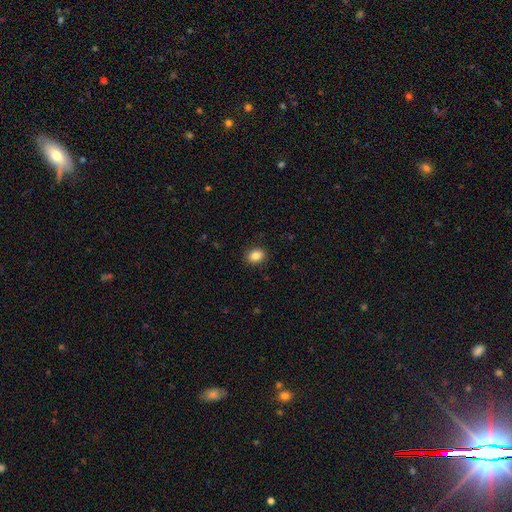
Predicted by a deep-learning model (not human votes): smooth 86%, star or artifact 9%, featured or disk 5%. Down the decision tree: how rounded — in between (56%); merging — none (90%).